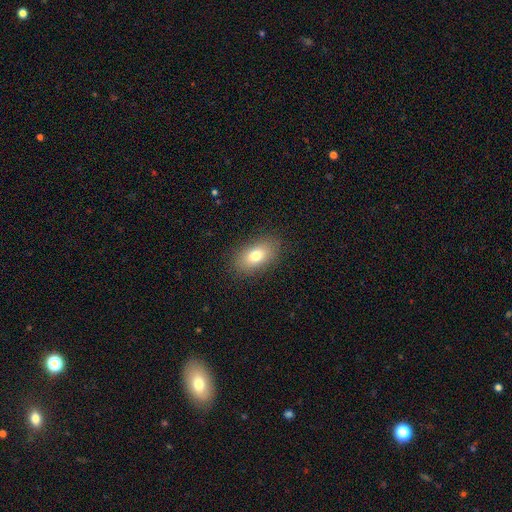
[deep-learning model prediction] Morphology: type=smooth (77%); roundness=in between (89%); merging=none (86%).